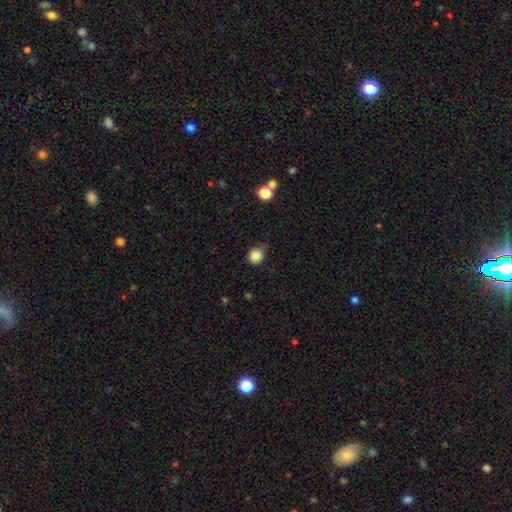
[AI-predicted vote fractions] The model was most divided on "merging": none: 55%, minor disturbance: 35%, major disturbance: 8%, merger: 2%. More confident: smooth or featured — smooth (85%); how rounded — round (78%).